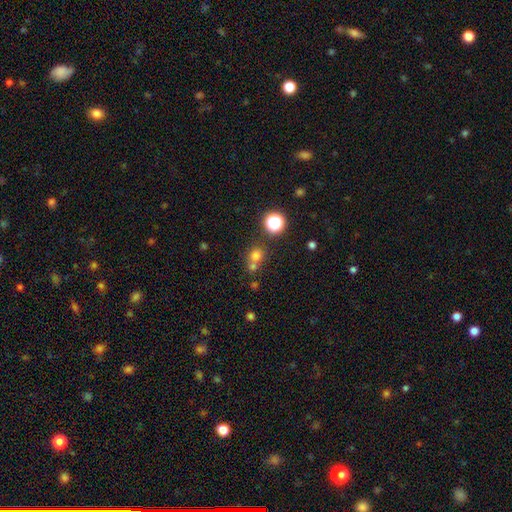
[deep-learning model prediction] smooth 70%, star or artifact 22%, featured or disk 9%. Down the decision tree: how rounded — round (84%); merging — none (52%).